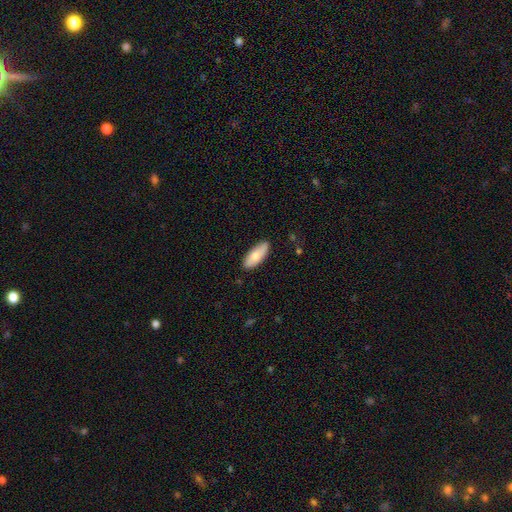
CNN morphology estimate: This appears to be a smooth galaxy with no disk features (76%) that is in between round and cigar-shaped (78%). Merging: none (86%).